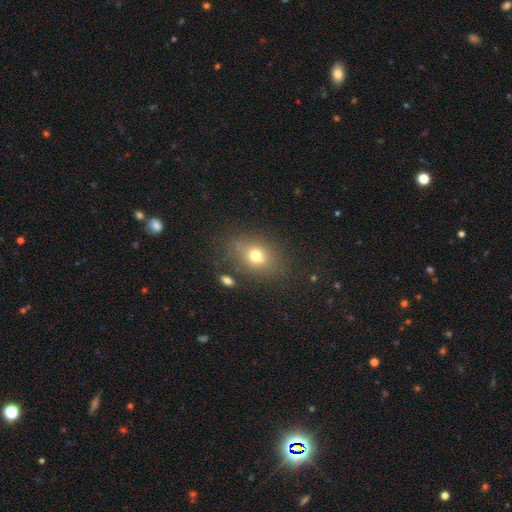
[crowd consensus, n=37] smooth 76%, featured or disk 19%, star or artifact 5%. Down the decision tree: how rounded — in between (54%); merging — none (66%).